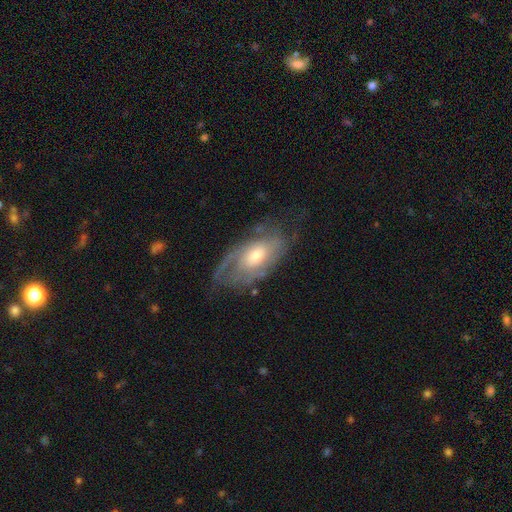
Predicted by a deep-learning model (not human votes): Smooth or featured? Predicted: featured or disk (p=0.72). Edge-on disk? Predicted: no (p=0.92). Bar? Predicted: no (p=0.66). Spiral arms? Predicted: yes (p=0.83). Spiral winding? Predicted: tight (p=0.45). Spiral arm count? Predicted: can't tell (p=0.43). Bulge size? Predicted: moderate (p=0.61). Merging? Predicted: none (p=0.56).